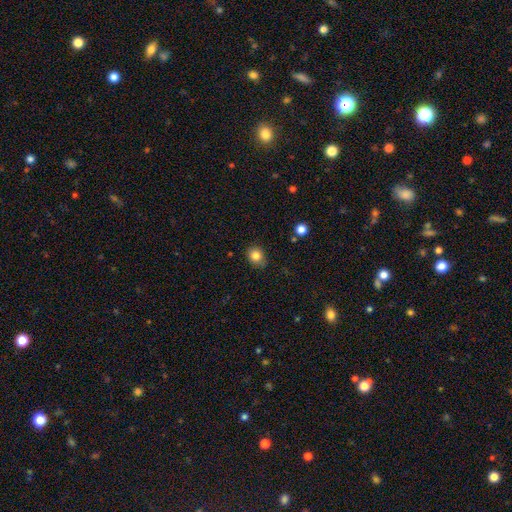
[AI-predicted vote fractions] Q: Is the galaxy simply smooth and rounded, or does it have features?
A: smooth — 83%.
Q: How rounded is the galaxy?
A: round — 61%.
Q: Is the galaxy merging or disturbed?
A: none — 82%.